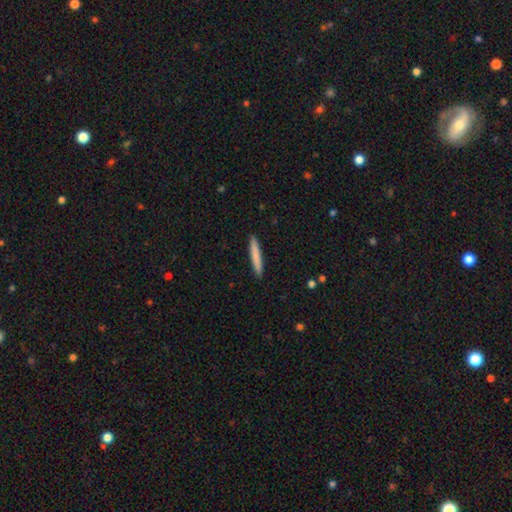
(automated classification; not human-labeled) Smooth or featured: smooth — 80% (featured or disk — 15%)
How rounded: cigar-shaped — 96% (in between — 3%)
Merging: none — 92% (minor disturbance — 6%)